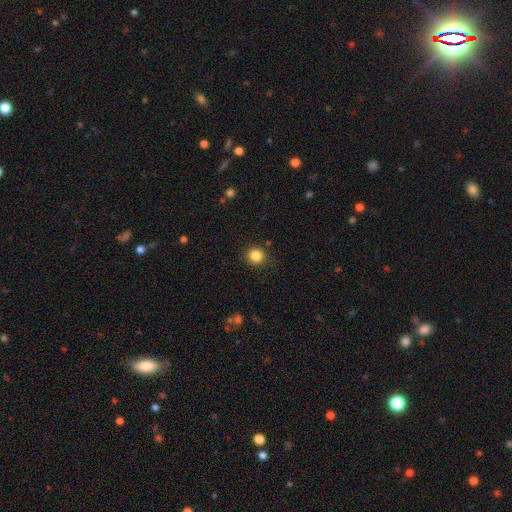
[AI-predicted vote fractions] Morphology: type=smooth (84%); roundness=round (92%); merging=none (89%).